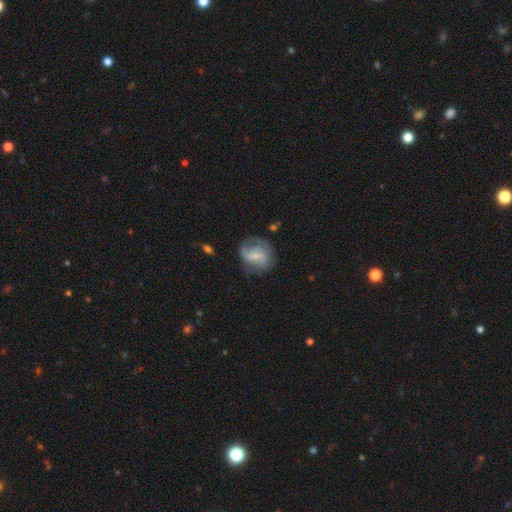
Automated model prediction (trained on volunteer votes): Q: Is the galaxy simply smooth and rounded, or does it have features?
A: featured or disk — 60%.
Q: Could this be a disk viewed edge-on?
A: no — 97%.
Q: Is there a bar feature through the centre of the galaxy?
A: weak — 49%.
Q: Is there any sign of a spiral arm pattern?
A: yes — 81%.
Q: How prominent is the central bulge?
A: small — 59%.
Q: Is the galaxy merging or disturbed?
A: none — 56%.